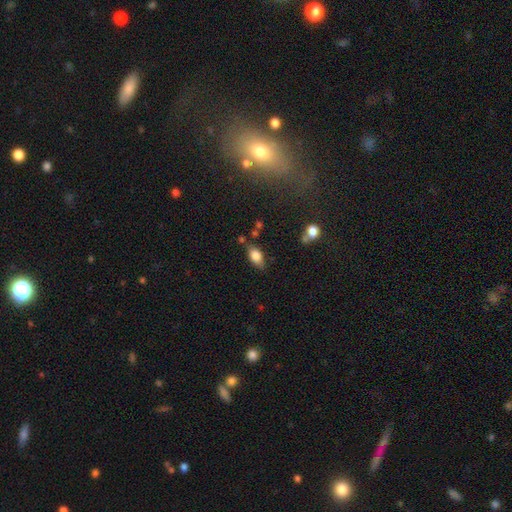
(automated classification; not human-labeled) This is likely a smooth galaxy (80%). How rounded: clearly in between (88%). Merging: likely none (71%).